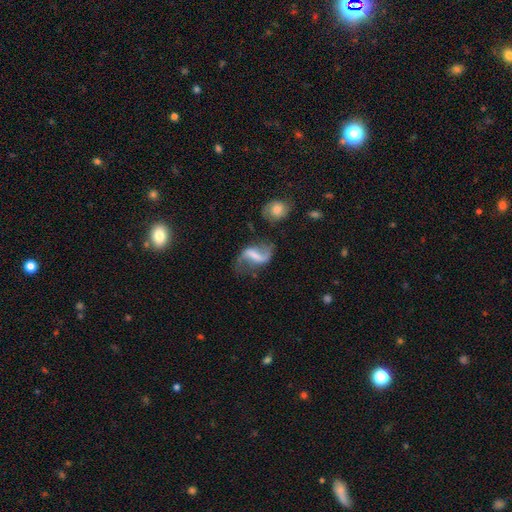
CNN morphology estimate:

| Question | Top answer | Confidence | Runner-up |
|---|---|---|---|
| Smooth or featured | featured or disk | 76% | smooth (17%) |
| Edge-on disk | no | 96% | yes (4%) |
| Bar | strong | 52% | weak (34%) |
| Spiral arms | yes | 89% | no (11%) |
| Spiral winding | loose | 80% | medium (16%) |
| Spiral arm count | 2 | 87% | 1 (6%) |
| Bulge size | none | 42% | small (29%) |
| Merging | none | 53% | minor disturbance (21%) |